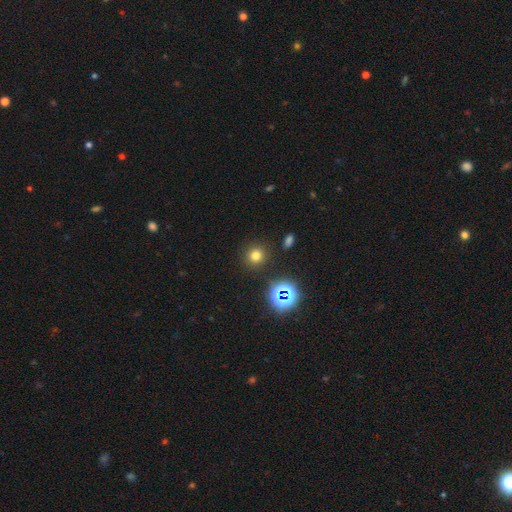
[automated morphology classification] This appears to be a smooth galaxy with no disk features (71%) that is round (92%). Merging: none (89%).